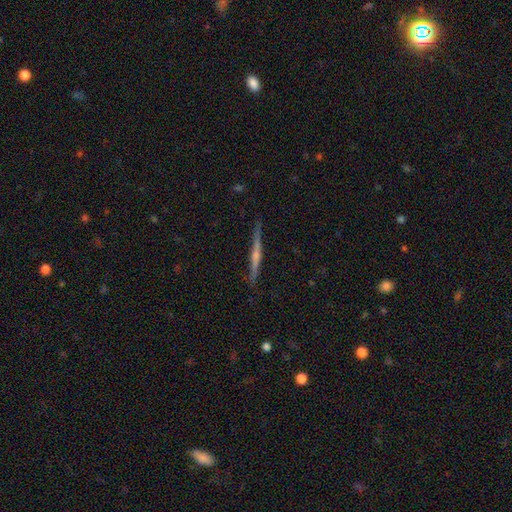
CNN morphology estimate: featured or disk 74%, smooth 20%, star or artifact 6%. Down the decision tree: edge-on disk — yes (98%); edge-on bulge — rounded (64%); merging — none (89%).